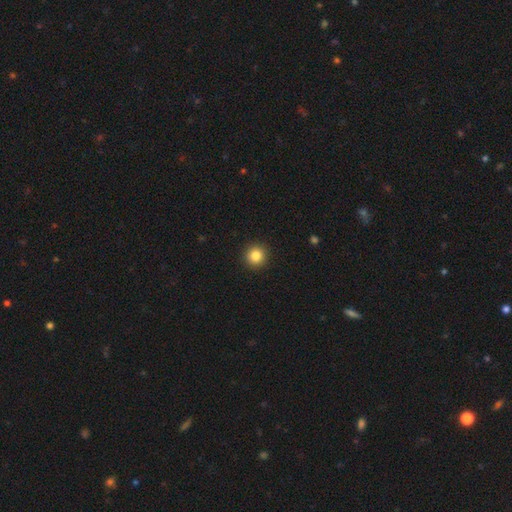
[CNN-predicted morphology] Smooth or featured?
  - smooth: 84% *
  - star or artifact: 11%
  - featured or disk: 5%
How rounded?
  - round: 94% *
  - in between: 5%
  - cigar-shaped: 1%
Merging?
  - none: 92% *
  - minor disturbance: 5%
  - major disturbance: 2%
  - merger: 1%